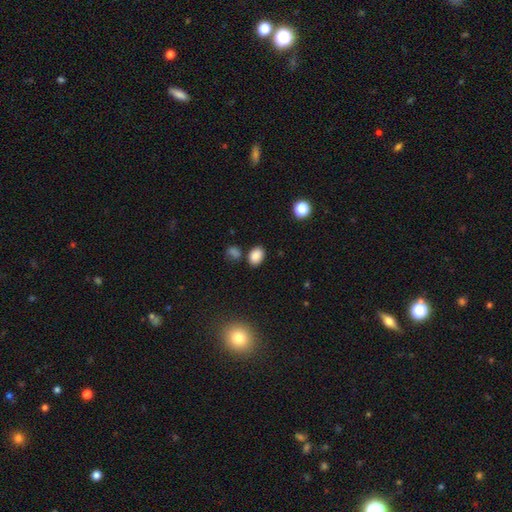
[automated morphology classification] This is clearly a smooth galaxy (85%). How rounded: likely in between (78%). Merging: likely none (78%).